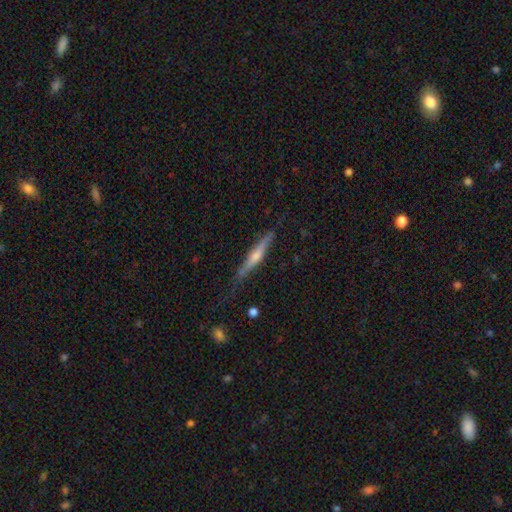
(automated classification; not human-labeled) smooth-or-featured: featured or disk: 64% | smooth: 30% | star or artifact: 6%
  disk-edge-on: yes: 97% | no: 3%
    edge-on-bulge: rounded: 77% | none: 15% | boxy: 9%
  merging: none: 73% | minor disturbance: 21% | major disturbance: 4% | merger: 2%